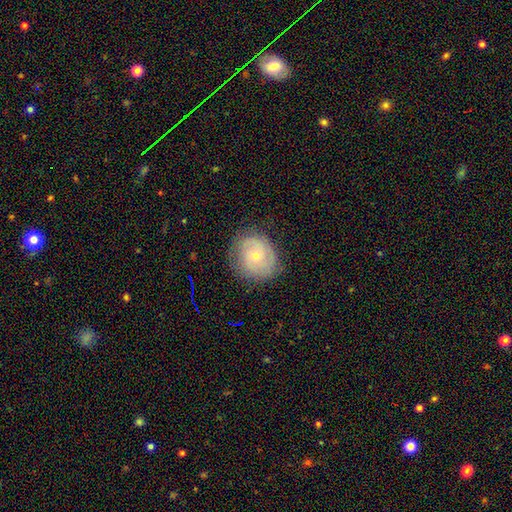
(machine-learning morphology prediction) Overall: featured or disk (64%; smooth 27%). Edge-on disk: no (97%). Bar: no (75%). Spiral arms: yes (84%). Spiral arm count: 2 (45%; can't tell 31%). Spiral winding: tight (60%; medium 30%). Bulge size: small (59%; moderate 38%). Merging: none (78%).